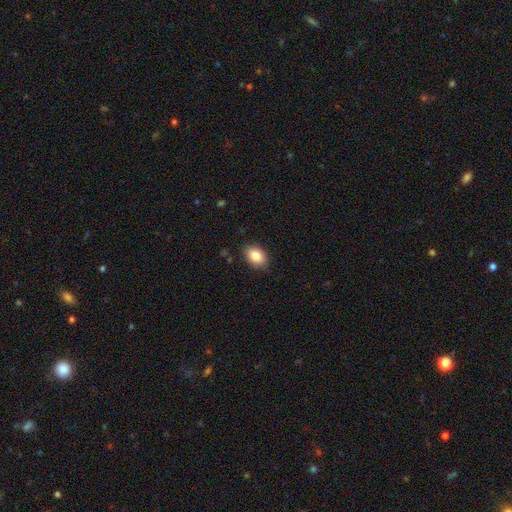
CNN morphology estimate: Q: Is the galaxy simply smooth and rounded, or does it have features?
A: smooth — 87%.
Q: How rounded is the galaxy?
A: in between — 84%.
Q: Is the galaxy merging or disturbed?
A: none — 85%.